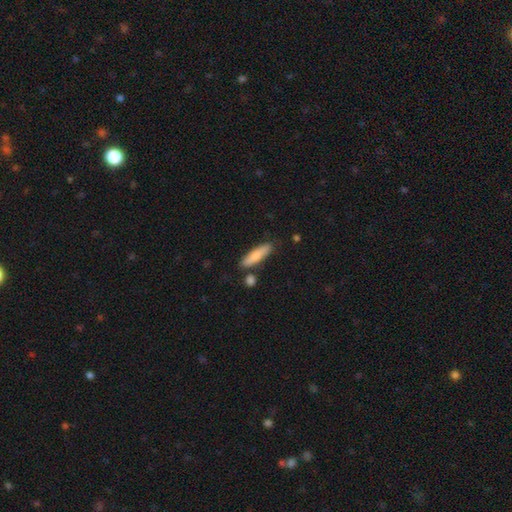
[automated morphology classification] The model was most divided on "how rounded": cigar-shaped: 69%, in between: 29%, round: 2%. More confident: merging — none (79%); smooth or featured — smooth (77%).